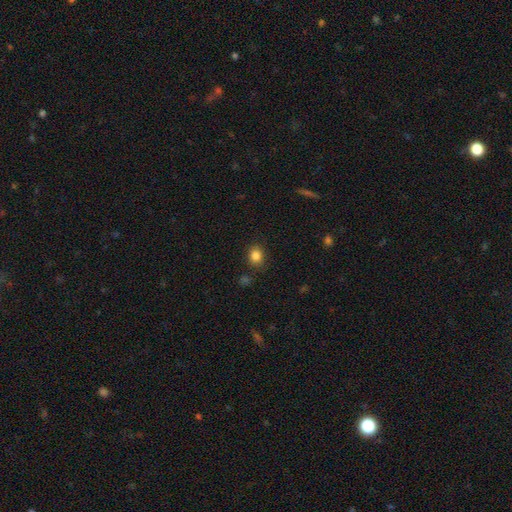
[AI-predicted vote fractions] Smooth or featured? Predicted: smooth (p=0.84). How rounded? Predicted: round (p=0.65). Merging? Predicted: none (p=0.83).